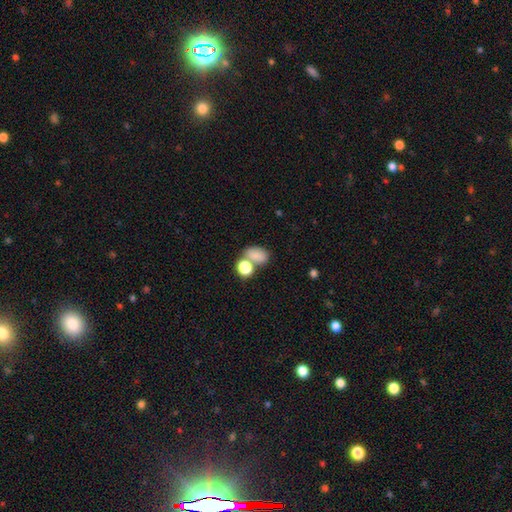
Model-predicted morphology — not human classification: Q: Smooth or featured?
A: smooth (80%); runner-up: star or artifact (12%)
Q: How rounded?
A: in between (78%); runner-up: round (20%)
Q: Merging?
A: none (48%); runner-up: merger (33%)